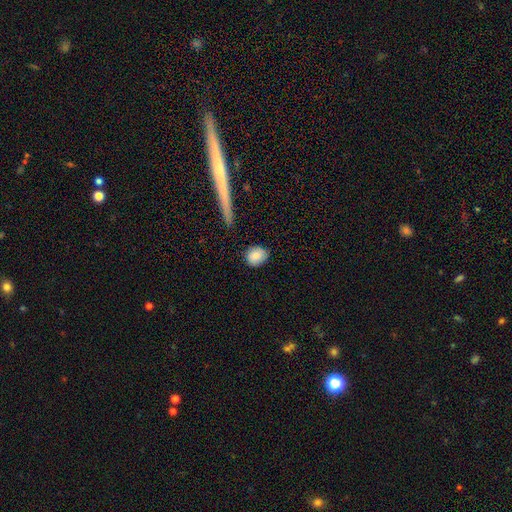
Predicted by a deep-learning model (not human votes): Smooth or featured? Predicted: smooth (p=0.86). How rounded? Predicted: round (p=0.61). Merging? Predicted: none (p=0.81).